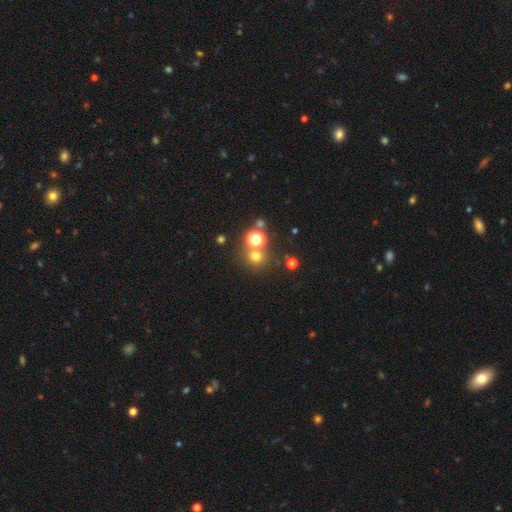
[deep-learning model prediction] A smooth galaxy with no disk features (66%) that is round (90%).

Vote fractions:
- Smooth or featured? smooth: 66% / star or artifact: 26% / featured or disk: 8%
- How rounded? round: 90% / in between: 9% / cigar-shaped: 1%
- Merging? none: 70% / merger: 18% / minor disturbance: 8% / major disturbance: 4%